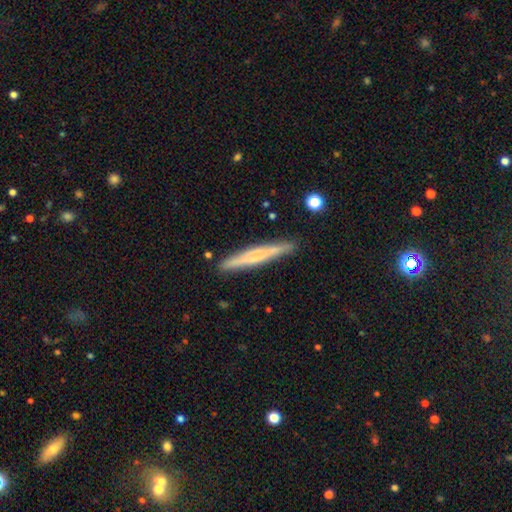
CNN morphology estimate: This appears to be a smooth galaxy with no disk features (48%). Merging: none (87%).